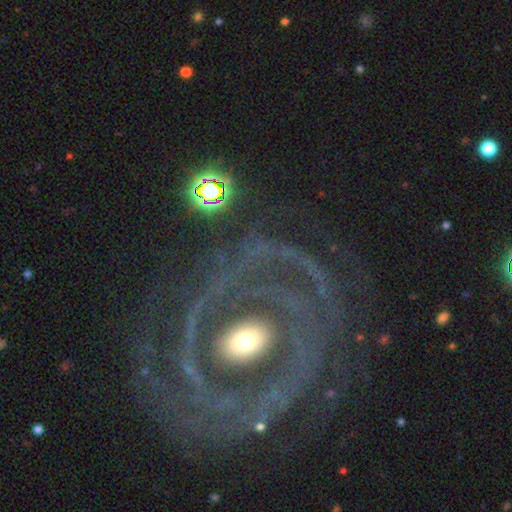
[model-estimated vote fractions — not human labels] Q: Smooth or featured?
A: featured or disk (86%); runner-up: smooth (8%)
Q: Edge-on disk?
A: no (96%); runner-up: yes (4%)
Q: Bar?
A: no (59%); runner-up: weak (23%)
Q: Spiral arms?
A: yes (80%); runner-up: no (20%)
Q: Spiral winding?
A: tight (72%); runner-up: medium (21%)
Q: Spiral arm count?
A: 2 (31%); runner-up: can't tell (28%)
Q: Bulge size?
A: moderate (61%); runner-up: small (19%)
Q: Merging?
A: none (76%); runner-up: minor disturbance (13%)